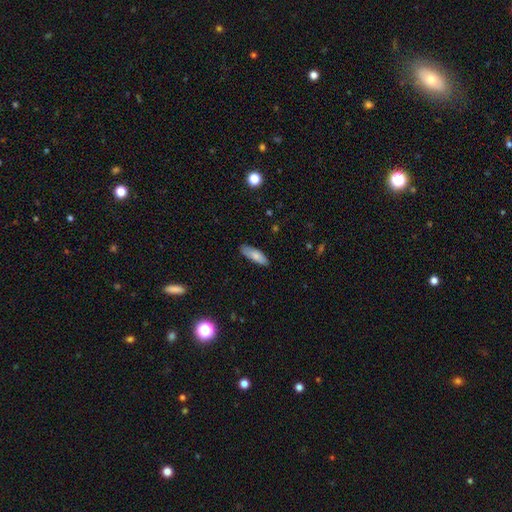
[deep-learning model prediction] smooth 78%, featured or disk 16%, star or artifact 6%. Down the decision tree: how rounded — in between (59%); merging — none (83%).